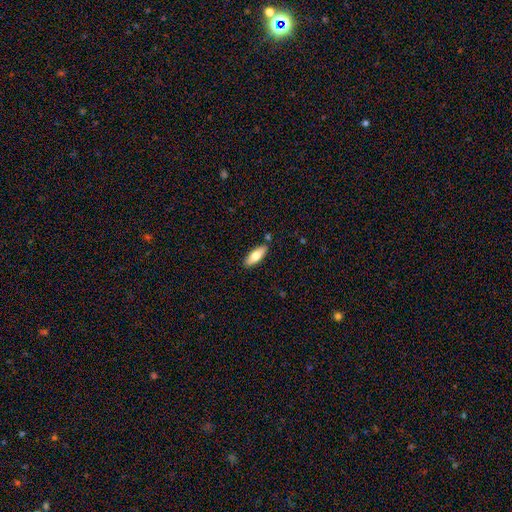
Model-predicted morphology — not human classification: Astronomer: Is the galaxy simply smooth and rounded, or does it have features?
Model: smooth — 71%.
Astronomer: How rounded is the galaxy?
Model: in between — 68%.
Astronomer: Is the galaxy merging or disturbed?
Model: none — 84%.